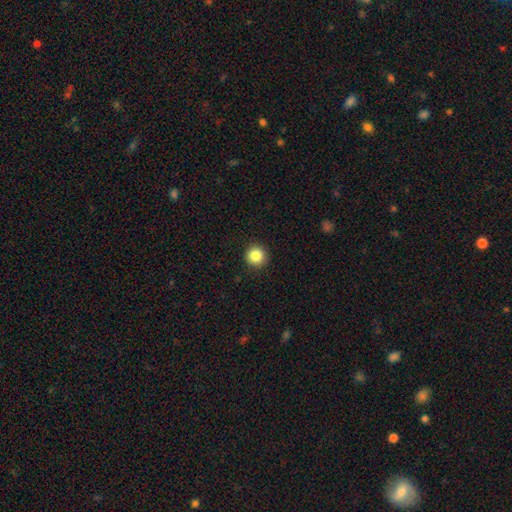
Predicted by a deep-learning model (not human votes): Smooth or featured? Predicted: smooth (p=0.85). How rounded? Predicted: round (p=0.96). Merging? Predicted: none (p=0.93).